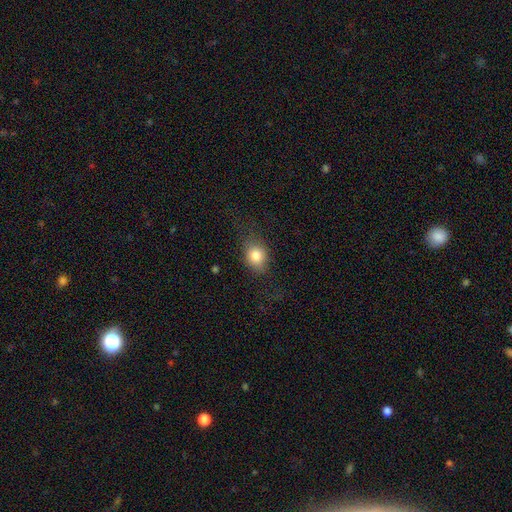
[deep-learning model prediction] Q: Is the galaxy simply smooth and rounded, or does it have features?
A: smooth — 80%.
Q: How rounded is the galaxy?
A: round — 51%.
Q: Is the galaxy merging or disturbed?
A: none — 69%.